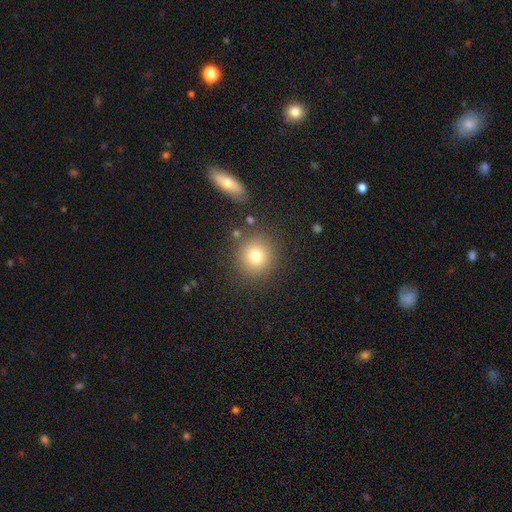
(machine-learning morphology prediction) smooth 78%, star or artifact 12%, featured or disk 10%. Down the decision tree: how rounded — round (90%); merging — none (83%).